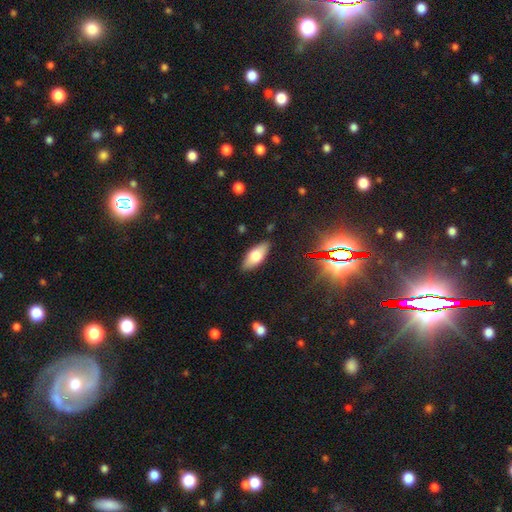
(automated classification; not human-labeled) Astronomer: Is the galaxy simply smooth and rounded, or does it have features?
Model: smooth — 70%.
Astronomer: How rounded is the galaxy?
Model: in between — 82%.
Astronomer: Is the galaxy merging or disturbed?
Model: none — 87%.